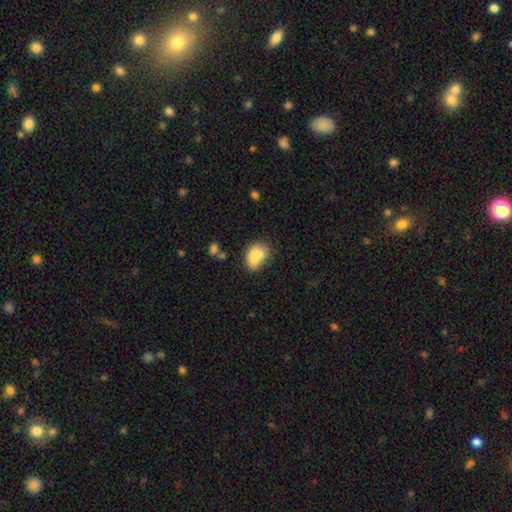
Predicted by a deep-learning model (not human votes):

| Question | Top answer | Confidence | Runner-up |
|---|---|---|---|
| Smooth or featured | smooth | 79% | featured or disk (12%) |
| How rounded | in between | 75% | round (23%) |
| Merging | none | 44% | minor disturbance (24%) |